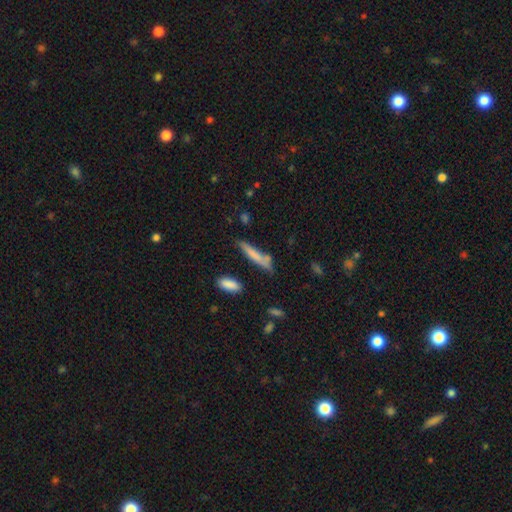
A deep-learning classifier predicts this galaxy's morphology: This appears to be a smooth galaxy with no disk features (70%) that is cigar-shaped (87%). Merging: none (63%).